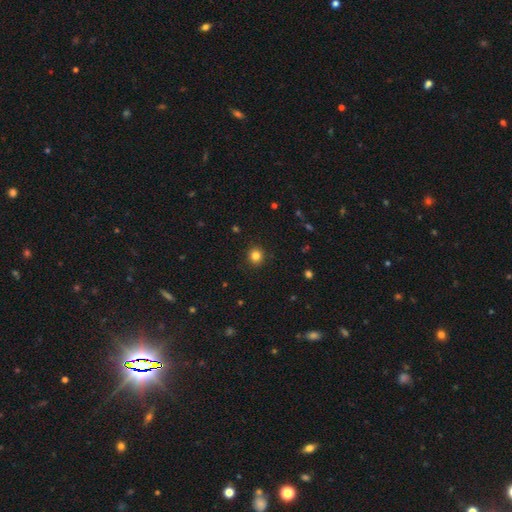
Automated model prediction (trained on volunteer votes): smooth 83%, star or artifact 13%, featured or disk 5%. Down the decision tree: how rounded — round (92%); merging — none (92%).